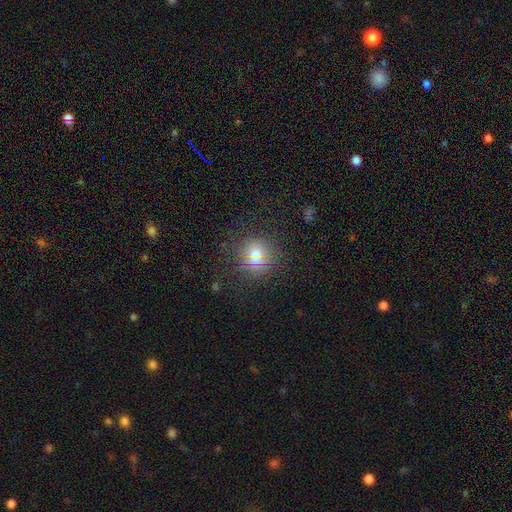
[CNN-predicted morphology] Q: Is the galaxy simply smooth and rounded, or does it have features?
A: smooth — 66%.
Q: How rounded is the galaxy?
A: round — 92%.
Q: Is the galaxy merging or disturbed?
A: none — 83%.